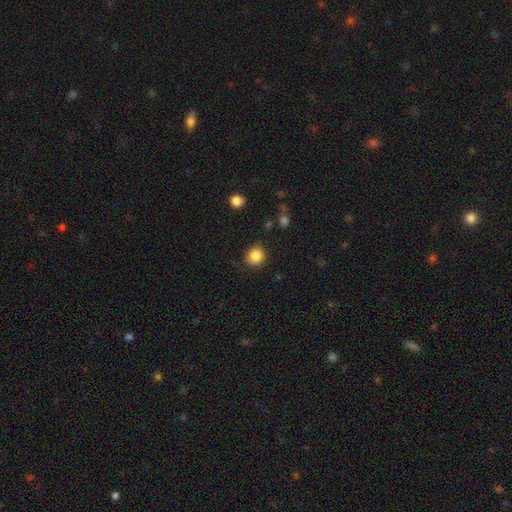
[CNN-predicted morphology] Smooth or featured? Predicted: smooth (p=0.86). How rounded? Predicted: round (p=0.85). Merging? Predicted: none (p=0.87).